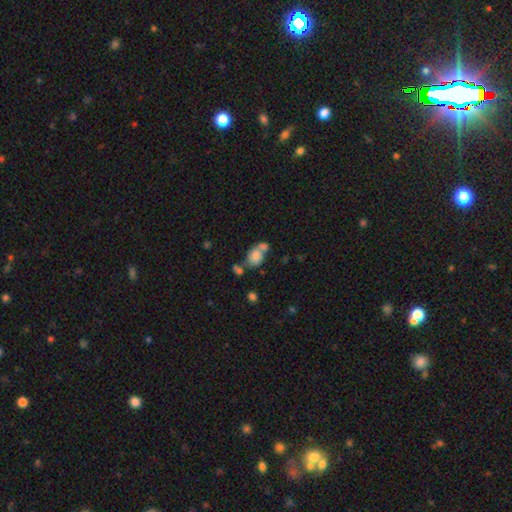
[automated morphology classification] smooth_or_featured: smooth (p=0.71) [alt: featured or disk p=0.20]
how_rounded: in between (p=0.69) [alt: round p=0.29]
merging: merger (p=0.45) [alt: none p=0.35]